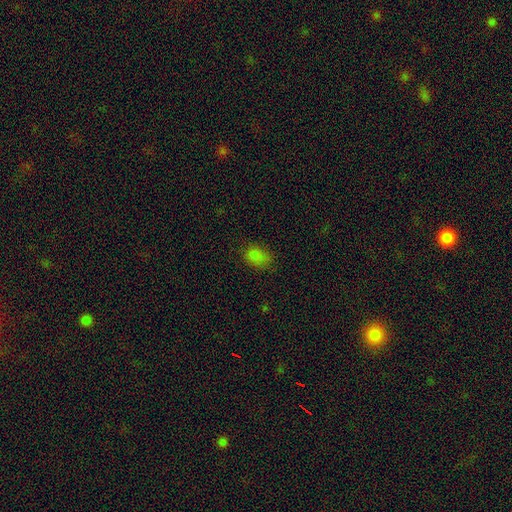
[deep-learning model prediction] smooth_or_featured: smooth (p=0.79) [alt: star or artifact p=0.15]
how_rounded: in between (p=0.81) [alt: round p=0.17]
merging: none (p=0.66) [alt: minor disturbance p=0.24]